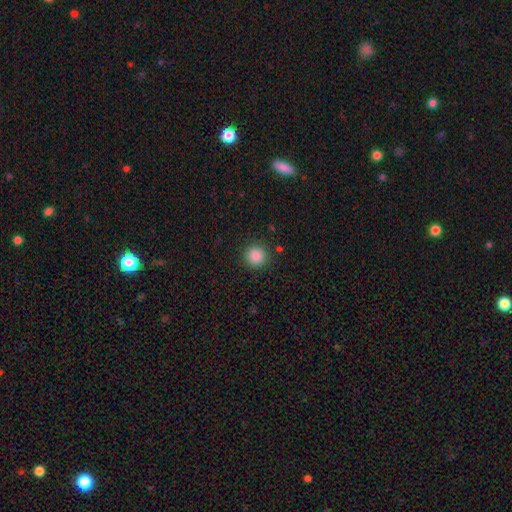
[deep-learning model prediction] A smooth galaxy with no disk features (86%) that is round (92%). Merging: none (89%).